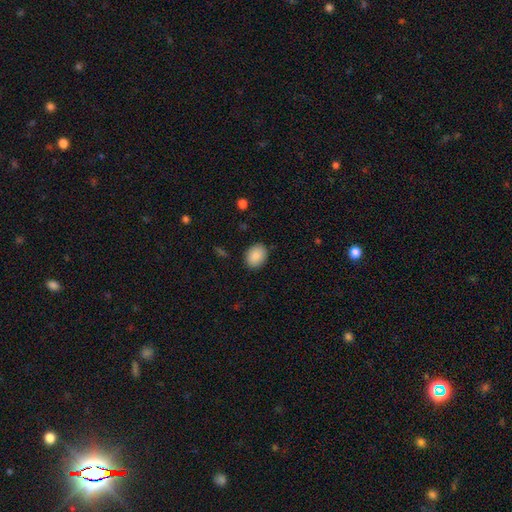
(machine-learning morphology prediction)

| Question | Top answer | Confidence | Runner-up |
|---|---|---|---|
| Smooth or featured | smooth | 89% | star or artifact (7%) |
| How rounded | in between | 60% | round (39%) |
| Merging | none | 88% | minor disturbance (9%) |